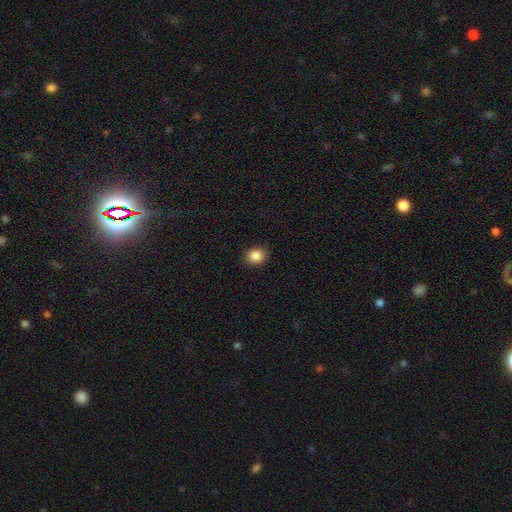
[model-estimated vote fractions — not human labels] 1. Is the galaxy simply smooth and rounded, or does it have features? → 87% smooth, 9% star or artifact, 4% featured or disk.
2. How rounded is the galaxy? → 61% round, 38% in between, 1% cigar-shaped.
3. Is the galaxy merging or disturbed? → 89% none, 8% minor disturbance, 2% major disturbance, 1% merger.